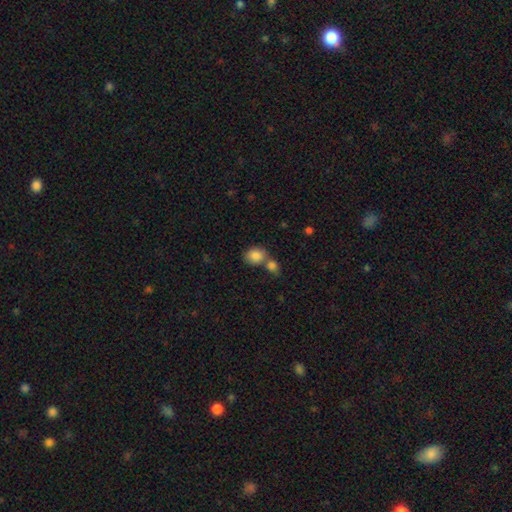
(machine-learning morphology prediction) Q: Smooth or featured?
A: smooth (85%); runner-up: star or artifact (8%)
Q: How rounded?
A: round (60%); runner-up: in between (39%)
Q: Merging?
A: none (46%); runner-up: merger (41%)